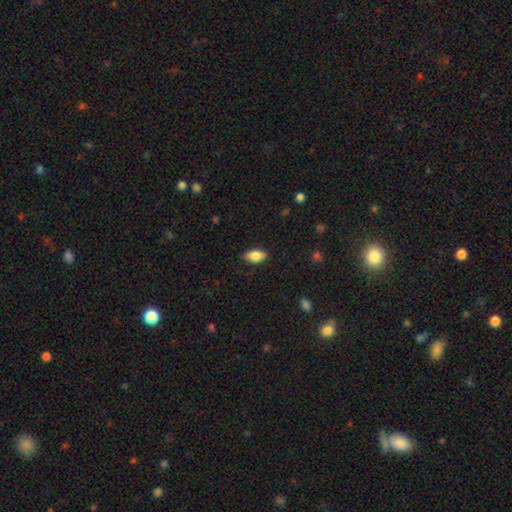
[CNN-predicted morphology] Smooth or featured? smooth (83%)
How rounded? in between (90%)
Merging? none (86%)